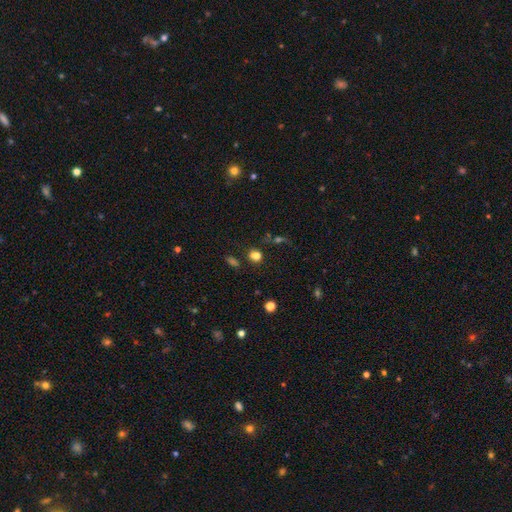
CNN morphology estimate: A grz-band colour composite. It shows a smooth galaxy with no disk features (75%) that is round (64%). Merging: none (74%).